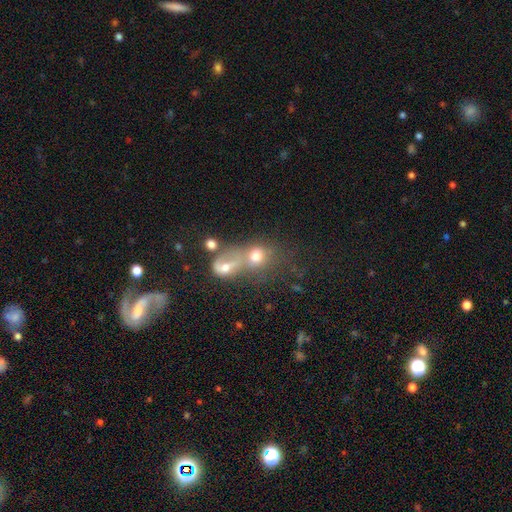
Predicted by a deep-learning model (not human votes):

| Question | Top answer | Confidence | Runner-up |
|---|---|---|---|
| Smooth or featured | smooth | 68% | featured or disk (19%) |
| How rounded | round | 66% | in between (33%) |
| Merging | merger | 58% | none (24%) |